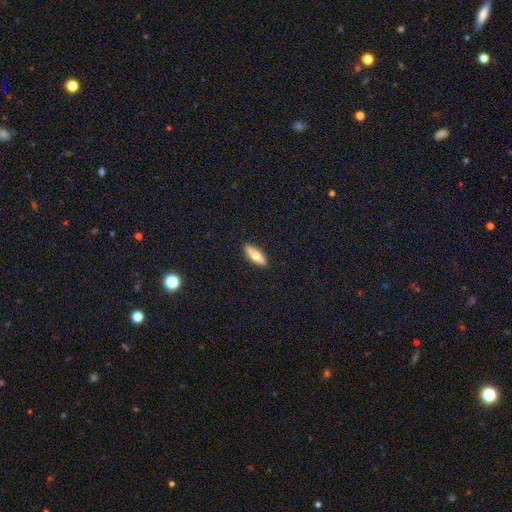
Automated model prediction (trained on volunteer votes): This is possibly a smooth galaxy (59%). How rounded: possibly in between (54%). Merging: clearly none (90%).